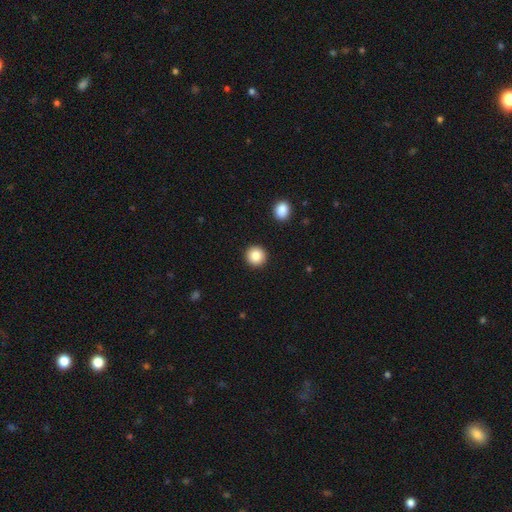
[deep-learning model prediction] The model was most divided on "smooth or featured": smooth: 86%, star or artifact: 9%, featured or disk: 5%. More confident: how rounded — round (95%); merging — none (92%).